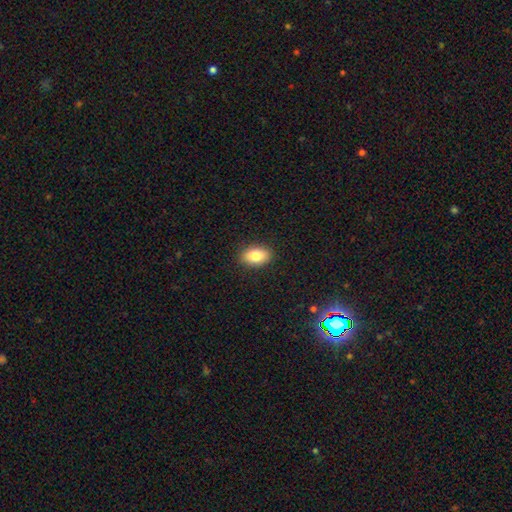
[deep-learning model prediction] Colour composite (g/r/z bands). It shows a smooth galaxy with no disk features (82%) that is in between round and cigar-shaped (89%). Merging: none (90%).